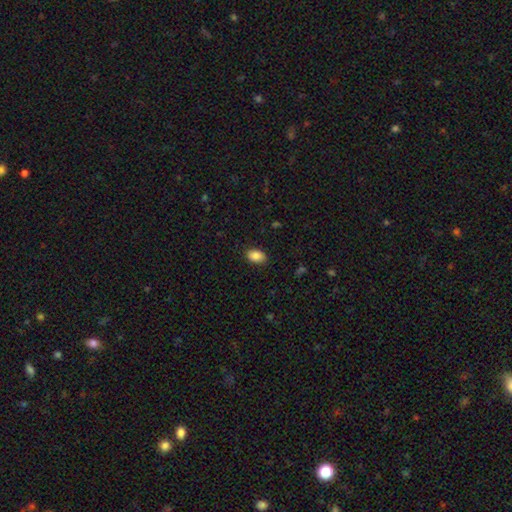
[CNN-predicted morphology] The model was most divided on "how rounded": in between: 87%, round: 12%, cigar-shaped: 1%. More confident: merging — none (88%); smooth or featured — smooth (87%).